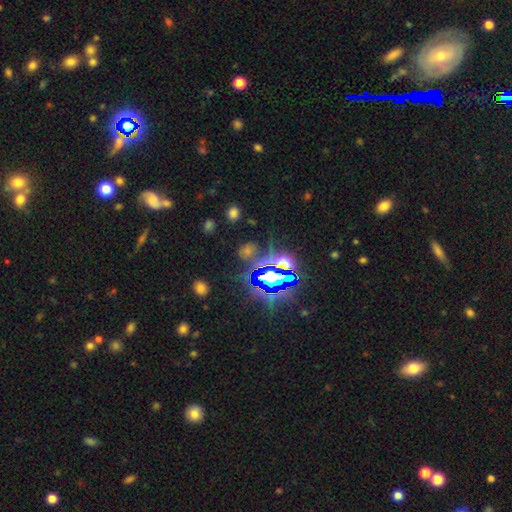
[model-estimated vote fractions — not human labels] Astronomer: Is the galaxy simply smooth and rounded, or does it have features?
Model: star or artifact — 77%.